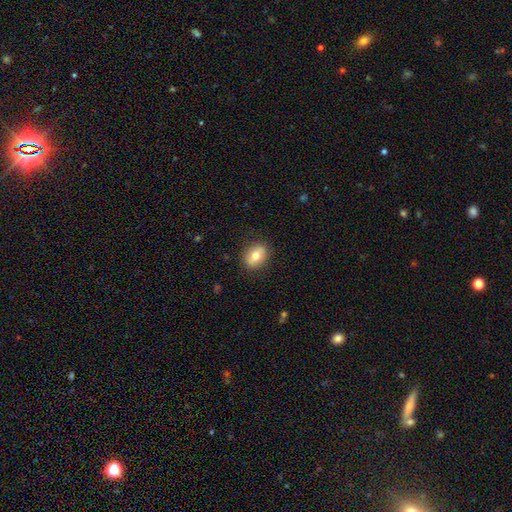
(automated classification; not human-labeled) smooth 73%, featured or disk 19%, star or artifact 8%. Down the decision tree: how rounded — in between (62%); merging — none (86%).